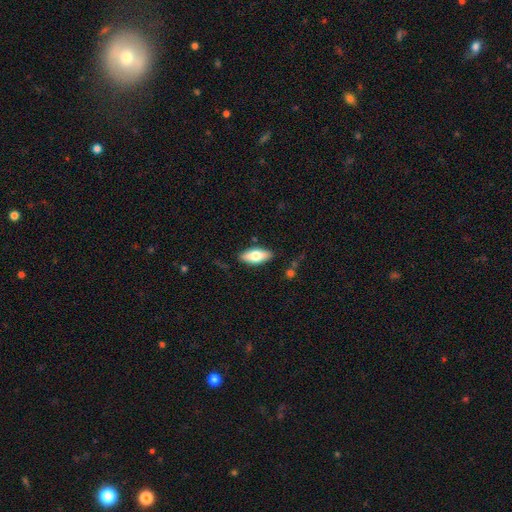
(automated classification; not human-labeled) Smooth or featured? smooth (73%)
How rounded? in between (84%)
Merging? none (85%)